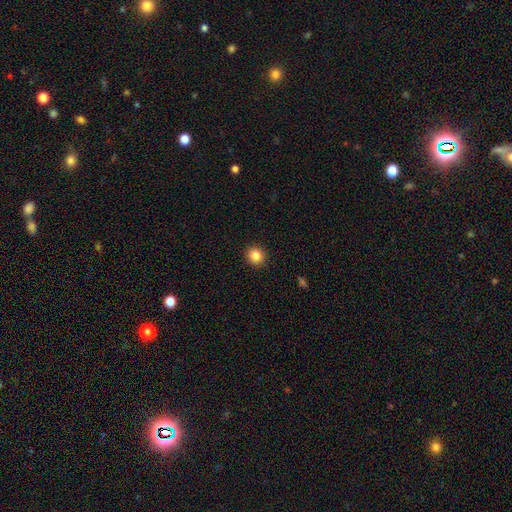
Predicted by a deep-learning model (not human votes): Overall: smooth (85%). How rounded: round (89%). Merging: none (92%).